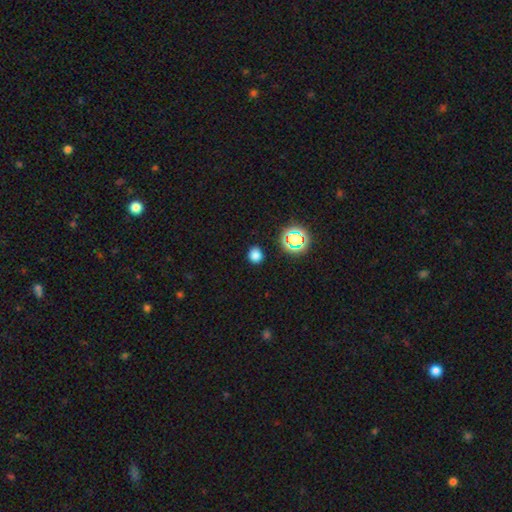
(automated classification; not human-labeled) This is likely a smooth galaxy (77%). How rounded: likely round (71%). Merging: clearly none (88%).